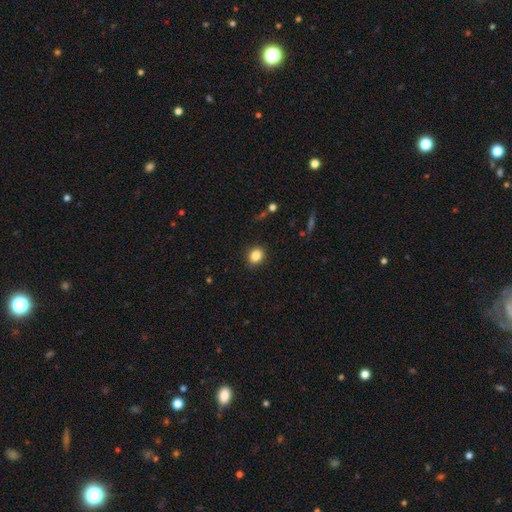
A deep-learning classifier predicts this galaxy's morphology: Smooth or featured? smooth (85%)
How rounded? round (58%)
Merging? none (89%)